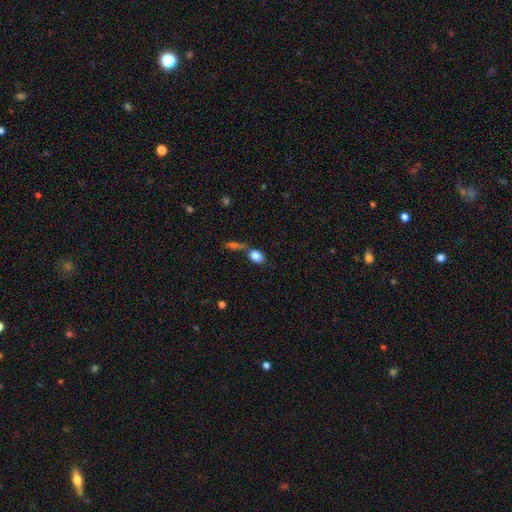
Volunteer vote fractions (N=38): Overall: smooth (87%). How rounded: in between (88%). Merging: none (61%; merger 33%).